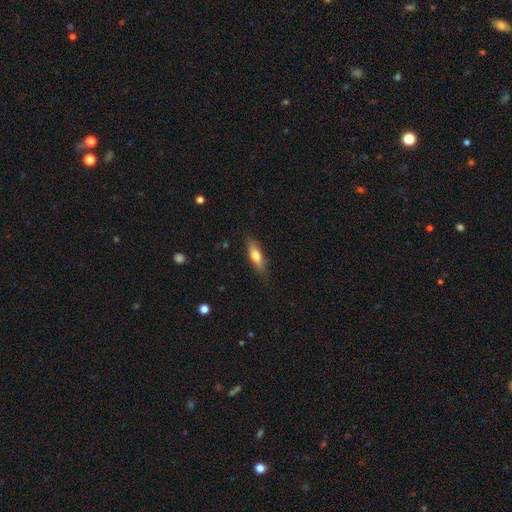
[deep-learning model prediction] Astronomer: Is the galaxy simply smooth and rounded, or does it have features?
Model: smooth — 60%.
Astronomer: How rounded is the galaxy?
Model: cigar-shaped — 57% (runner-up: in between, 41%).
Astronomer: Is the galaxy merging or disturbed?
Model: none — 80%.